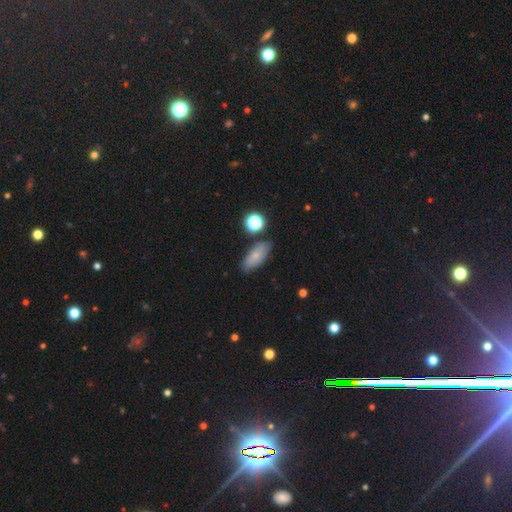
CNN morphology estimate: Smooth or featured? Predicted: smooth (p=0.71). How rounded? Predicted: in between (p=0.81). Merging? Predicted: none (p=0.76).